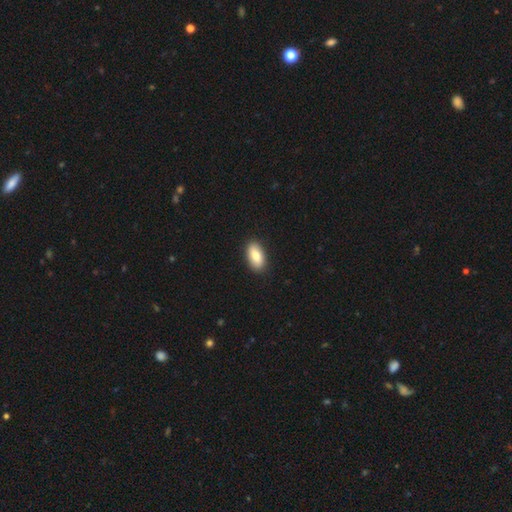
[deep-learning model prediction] This appears to be a smooth galaxy with no disk features (82%) that is in between round and cigar-shaped (92%). Merging: none (90%).